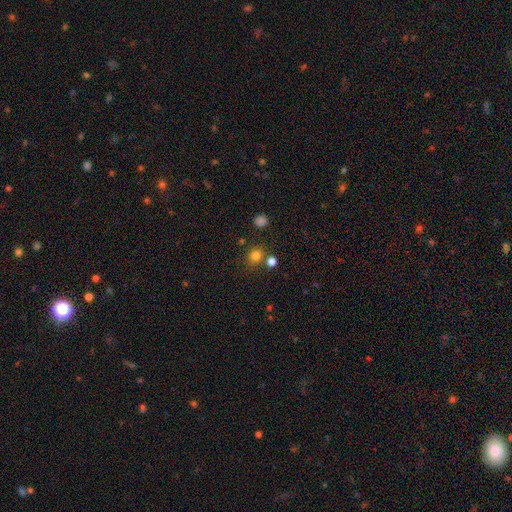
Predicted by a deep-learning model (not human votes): Smooth or featured? smooth (78%)
How rounded? round (83%)
Merging? none (76%)